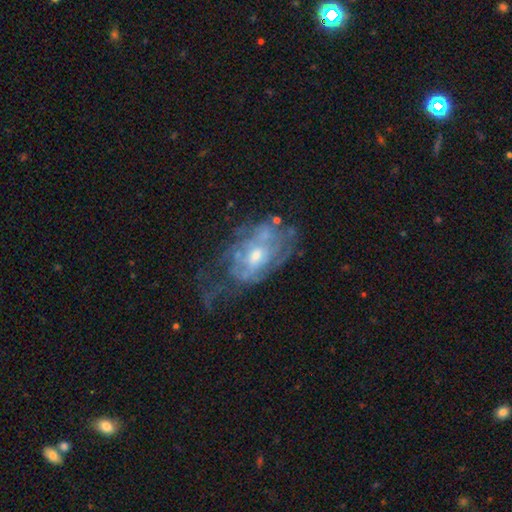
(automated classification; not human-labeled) smooth_or_featured: featured or disk (p=0.74) [alt: smooth p=0.18]
disk_edge_on: no (p=0.95) [alt: yes p=0.05]
bar: no (p=0.71) [alt: weak p=0.24]
has_spiral_arms: yes (p=0.57) [alt: no p=0.43]
bulge_size: moderate (p=0.51) [alt: small p=0.42]
merging: none (p=0.41) [alt: major disturbance p=0.30]